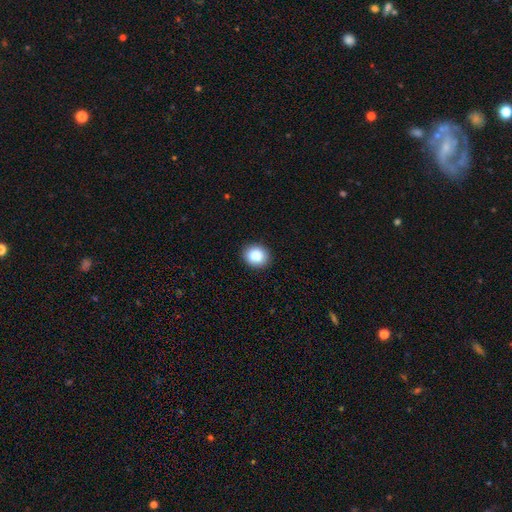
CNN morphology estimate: The model was most divided on "how rounded": round: 75%, in between: 24%, cigar-shaped: 1%. More confident: merging — none (89%); smooth or featured — smooth (88%).